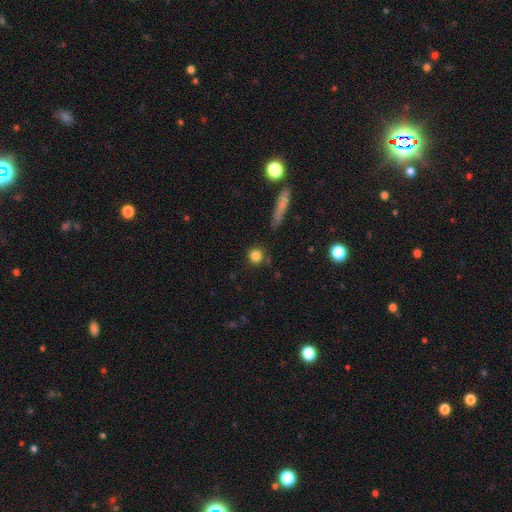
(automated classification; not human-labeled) The model was most divided on "merging": none: 82%, minor disturbance: 10%, merger: 5%, major disturbance: 3%. More confident: how rounded — round (89%); smooth or featured — smooth (82%).